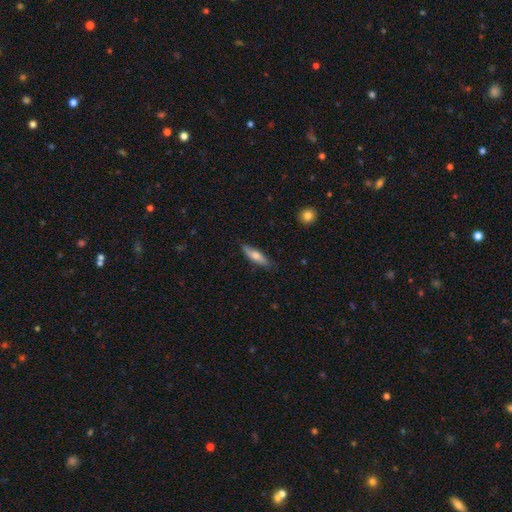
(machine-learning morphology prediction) smooth_or_featured: smooth (p=0.63) [alt: featured or disk p=0.31]
how_rounded: cigar-shaped (p=0.66) [alt: in between p=0.32]
merging: none (p=0.80) [alt: minor disturbance p=0.16]